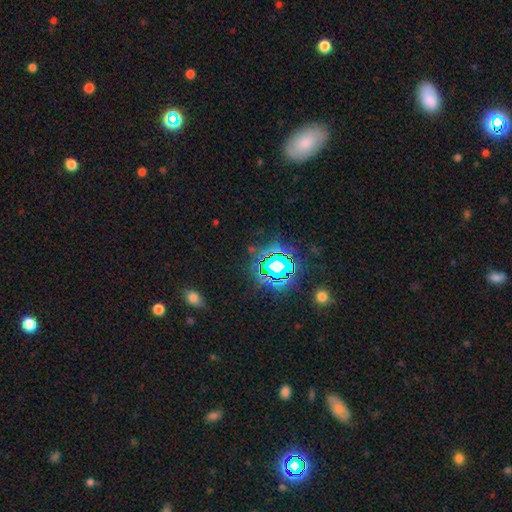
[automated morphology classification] A star or artifact, not a galaxy (71%).

Vote fractions:
- Smooth or featured? star or artifact: 71% / smooth: 19% / featured or disk: 10%